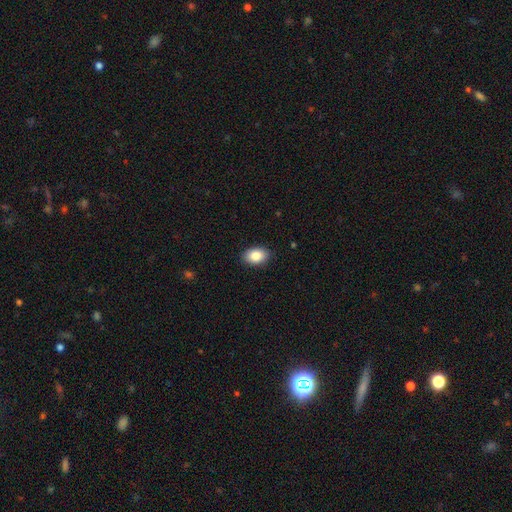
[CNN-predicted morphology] A smooth galaxy with no disk features (87%) that is in between round and cigar-shaped (86%). Merging: none (89%).